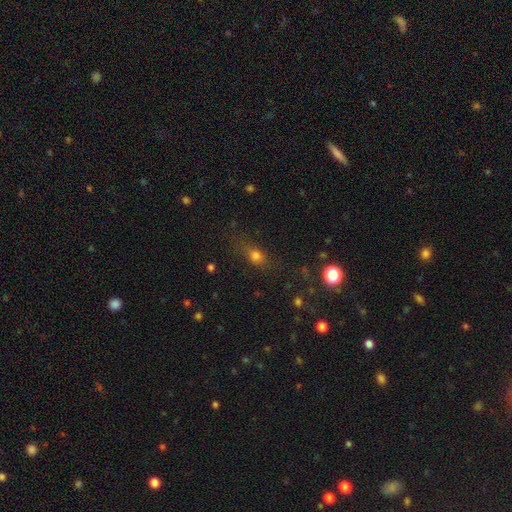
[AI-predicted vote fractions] Smooth or featured: smooth — 72% (star or artifact — 16%)
How rounded: in between — 56% (round — 31%)
Merging: none — 66% (minor disturbance — 20%)